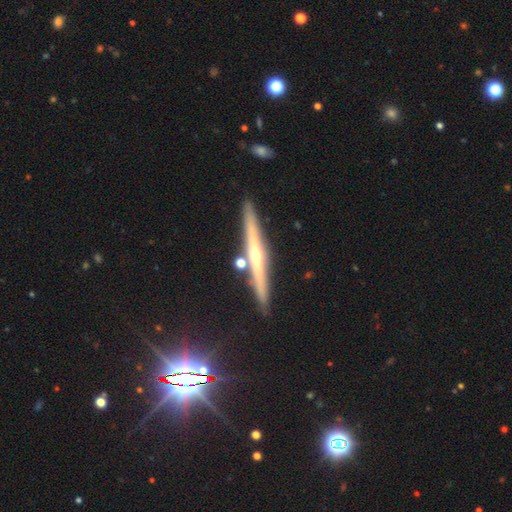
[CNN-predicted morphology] This is likely a featured or disk galaxy (74%). It is clearly viewed edge-on (97%). Edge-on bulge: likely rounded (77%). Merging: clearly none (86%).